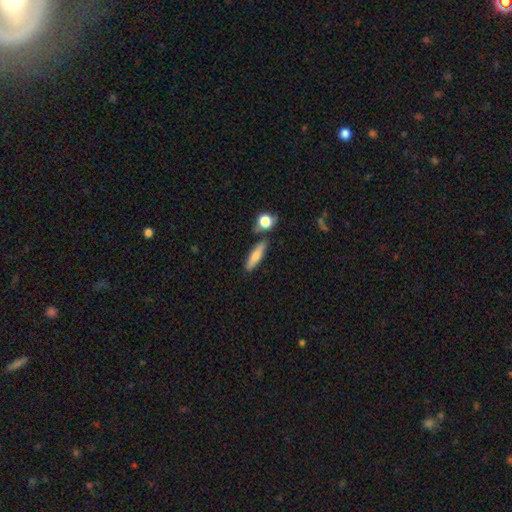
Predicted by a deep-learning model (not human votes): Smooth or featured: smooth — 73% (featured or disk — 20%)
How rounded: cigar-shaped — 61% (in between — 35%)
Merging: none — 75% (minor disturbance — 12%)